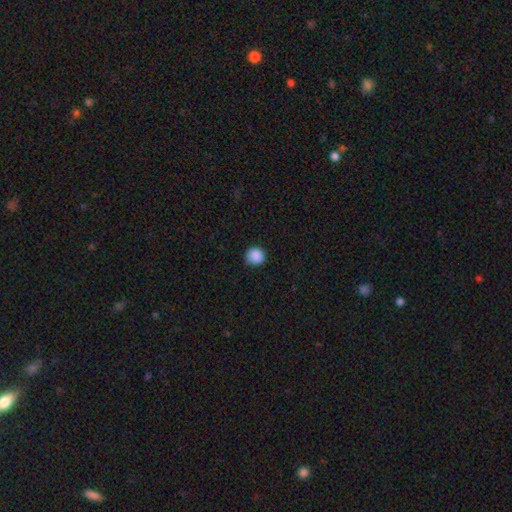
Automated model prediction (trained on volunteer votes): Q: Smooth or featured?
A: smooth (89%); runner-up: star or artifact (9%)
Q: How rounded?
A: round (91%); runner-up: in between (8%)
Q: Merging?
A: none (89%); runner-up: minor disturbance (8%)